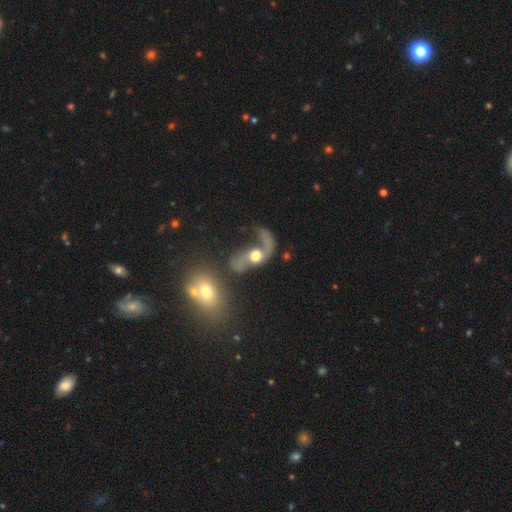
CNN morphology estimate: smooth-or-featured: featured or disk: 77% | smooth: 16% | star or artifact: 8%
  disk-edge-on: no: 96% | yes: 4%
    bar: no: 68% | weak: 24% | strong: 8%
    has-spiral-arms: yes: 87% | no: 13%
      spiral-winding: loose: 77% | medium: 19% | tight: 5%
      spiral-arm-count: 2: 77% | 1: 17% | can't tell: 3% | 3: 1% | 4: 1% | more than 4: 1%
    bulge-size: moderate: 60% | large: 25% | small: 10% | dominant: 3% | none: 2%
  merging: major disturbance: 31% | merger: 28% | none: 28% | minor disturbance: 13%